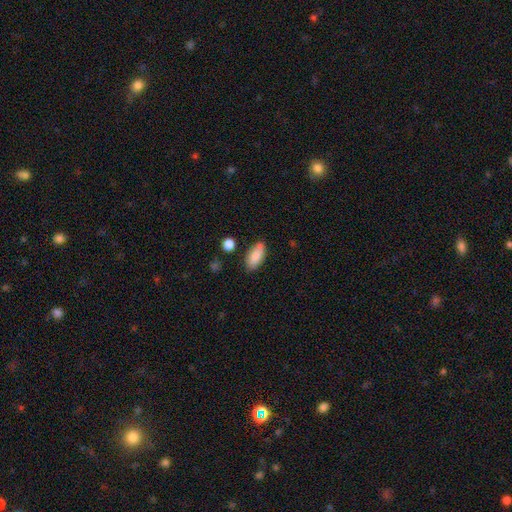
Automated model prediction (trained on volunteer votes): Smooth or featured: smooth — 85% (featured or disk — 8%)
How rounded: in between — 87% (cigar-shaped — 10%)
Merging: none — 72% (minor disturbance — 18%)